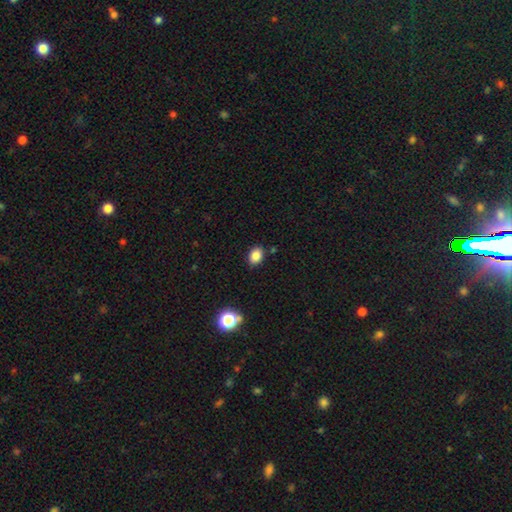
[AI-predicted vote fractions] smooth_or_featured: smooth (p=0.85) [alt: star or artifact p=0.10]
how_rounded: in between (p=0.68) [alt: round p=0.31]
merging: none (p=0.83) [alt: minor disturbance p=0.11]